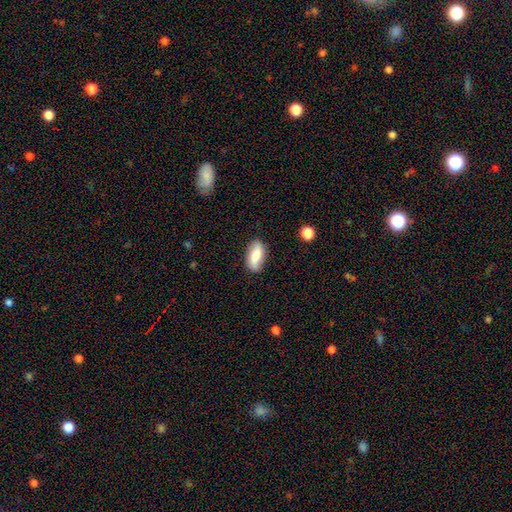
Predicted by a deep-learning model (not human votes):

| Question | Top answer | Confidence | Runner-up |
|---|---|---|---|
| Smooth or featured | smooth | 76% | featured or disk (17%) |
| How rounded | in between | 88% | cigar-shaped (9%) |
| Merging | none | 83% | minor disturbance (13%) |